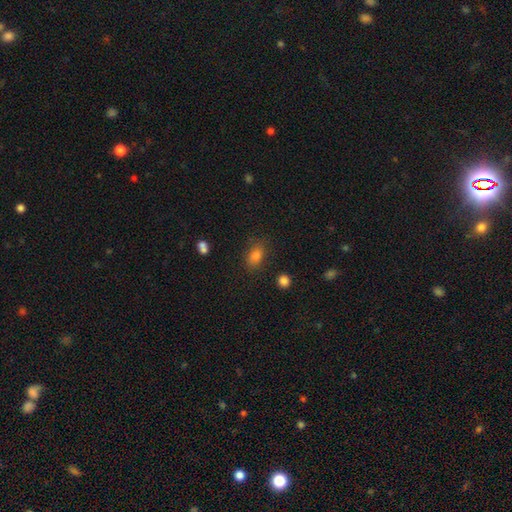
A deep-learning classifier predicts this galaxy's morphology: A smooth galaxy with no disk features (81%) that is in between round and cigar-shaped (78%).

Vote fractions:
- Smooth or featured? smooth: 81% / star or artifact: 12% / featured or disk: 7%
- How rounded? in between: 78% / round: 20% / cigar-shaped: 2%
- Merging? none: 80% / minor disturbance: 13% / major disturbance: 4% / merger: 2%